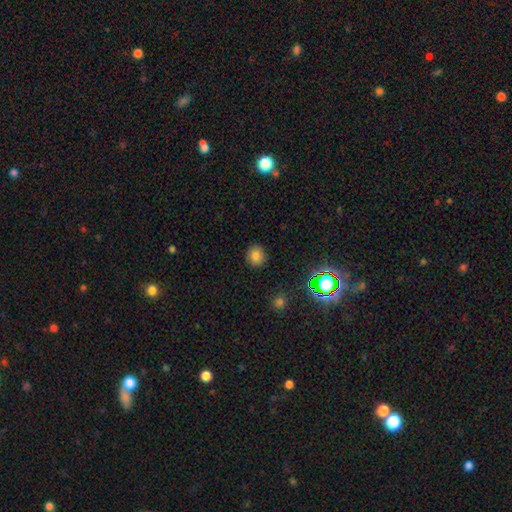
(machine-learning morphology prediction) A smooth galaxy with no disk features (79%) that is round (85%). Merging: none (89%).